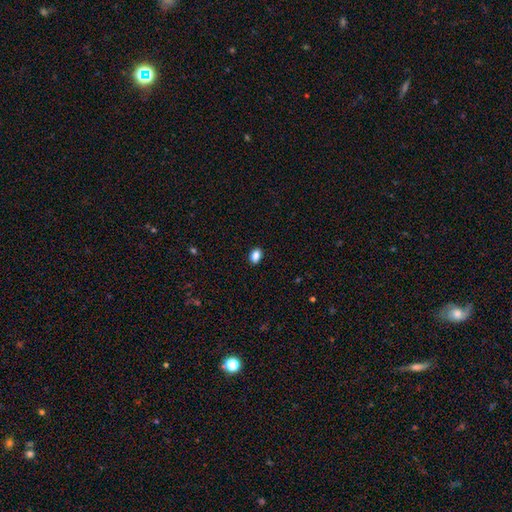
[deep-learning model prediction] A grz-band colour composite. It shows a smooth galaxy with no disk features (88%) that is in between round and cigar-shaped (82%). Merging: none (89%).